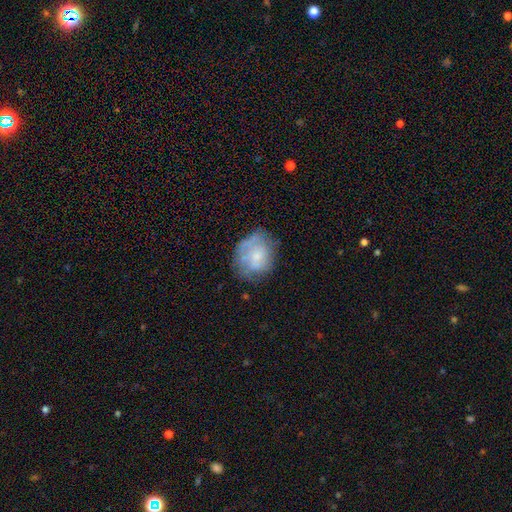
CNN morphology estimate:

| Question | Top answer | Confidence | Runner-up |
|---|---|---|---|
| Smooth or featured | featured or disk | 47% | smooth (44%) |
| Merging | none | 57% | minor disturbance (26%) |